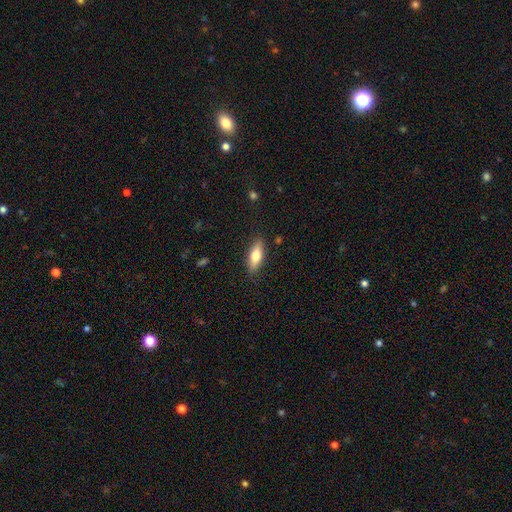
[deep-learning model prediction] A smooth galaxy with no disk features (72%) that is in between round and cigar-shaped (69%). Merging: none (86%).